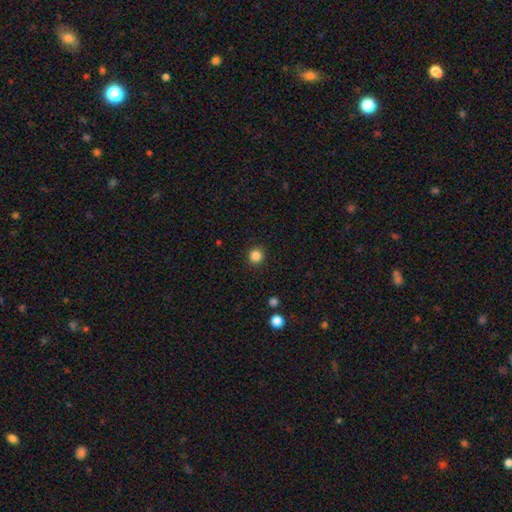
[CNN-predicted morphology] smooth_or_featured: smooth (p=0.85) [alt: star or artifact p=0.11]
how_rounded: round (p=0.94) [alt: in between p=0.05]
merging: none (p=0.92) [alt: minor disturbance p=0.05]